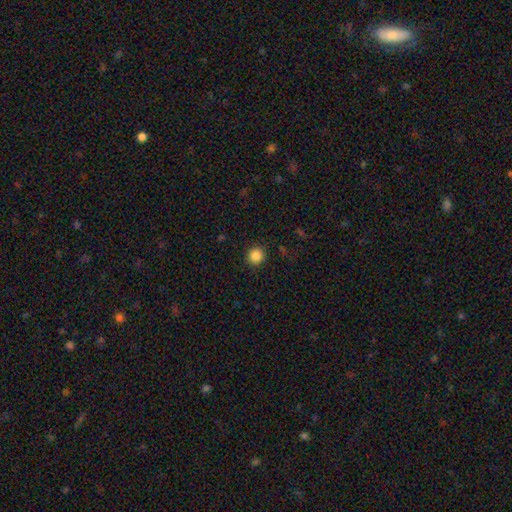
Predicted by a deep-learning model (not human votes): smooth_or_featured: smooth (p=0.86) [alt: star or artifact p=0.11]
how_rounded: round (p=0.93) [alt: in between p=0.07]
merging: none (p=0.90) [alt: minor disturbance p=0.07]